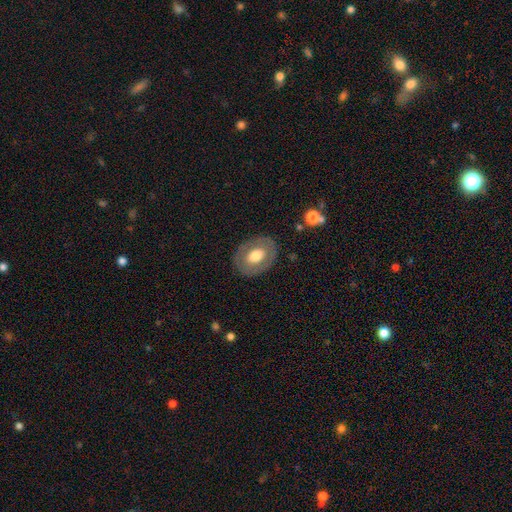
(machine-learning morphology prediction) This is possibly a smooth galaxy (55%). How rounded: likely in between (70%). Merging: clearly none (84%).